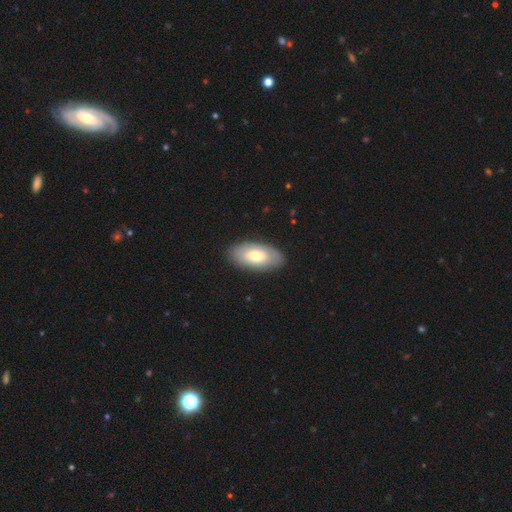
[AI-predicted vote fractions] smooth-or-featured: smooth: 65% | featured or disk: 30% | star or artifact: 5%
  how-rounded: in between: 93% | cigar-shaped: 4% | round: 3%
  merging: none: 87% | minor disturbance: 10% | major disturbance: 2% | merger: 1%